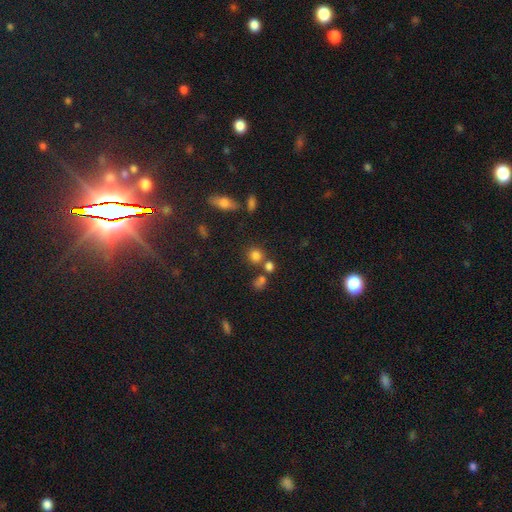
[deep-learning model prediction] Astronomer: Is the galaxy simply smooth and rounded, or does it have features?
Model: smooth — 78%.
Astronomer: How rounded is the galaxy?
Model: round — 85%.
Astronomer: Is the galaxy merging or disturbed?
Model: none — 67%.